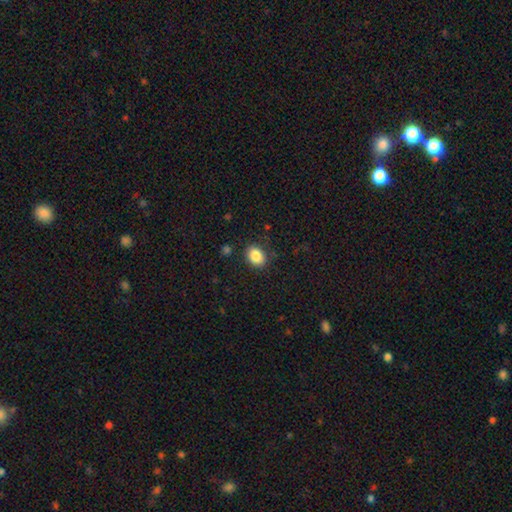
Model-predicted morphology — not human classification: Smooth or featured: smooth — 85% (star or artifact — 9%)
How rounded: in between — 67% (round — 32%)
Merging: none — 85% (minor disturbance — 10%)